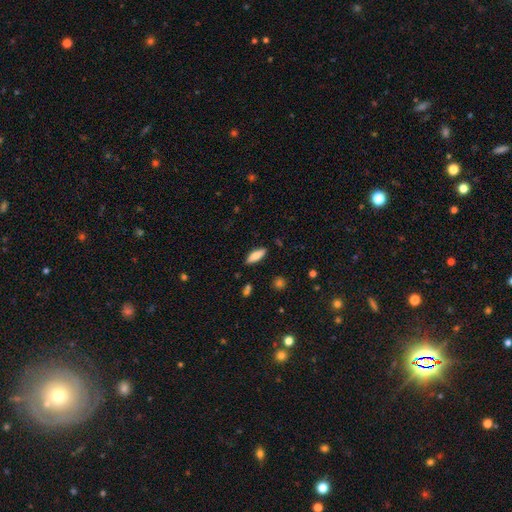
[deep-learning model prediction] Smooth or featured? smooth (79%)
How rounded? in between (56%)
Merging? none (87%)